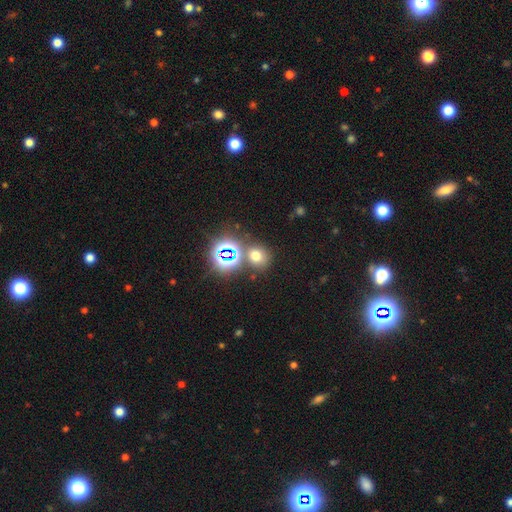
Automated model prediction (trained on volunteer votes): smooth-or-featured: smooth: 60% | star or artifact: 32% | featured or disk: 8%
  how-rounded: round: 74% | in between: 25% | cigar-shaped: 1%
  merging: none: 71% | merger: 14% | minor disturbance: 10% | major disturbance: 4%